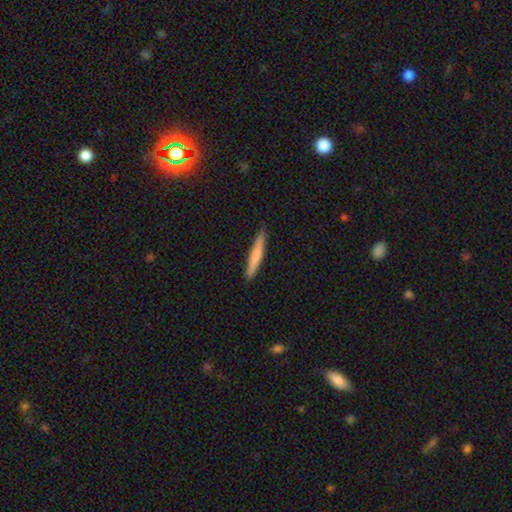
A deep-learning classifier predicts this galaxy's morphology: Q: Smooth or featured?
A: smooth (67%); runner-up: featured or disk (27%)
Q: How rounded?
A: cigar-shaped (95%); runner-up: in between (4%)
Q: Merging?
A: none (90%); runner-up: minor disturbance (8%)